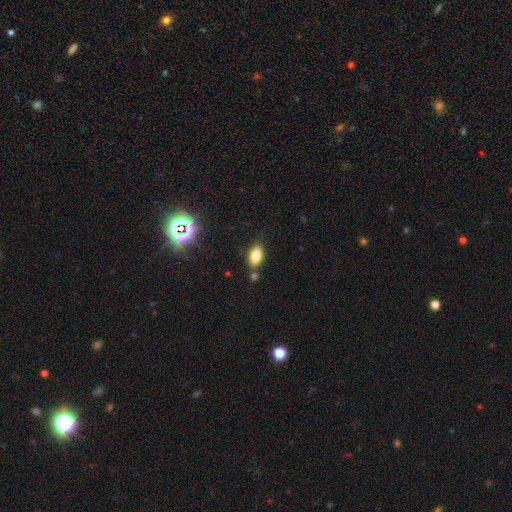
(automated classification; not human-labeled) A smooth galaxy with no disk features (79%) that is in between round and cigar-shaped (90%). Merging: none (78%).